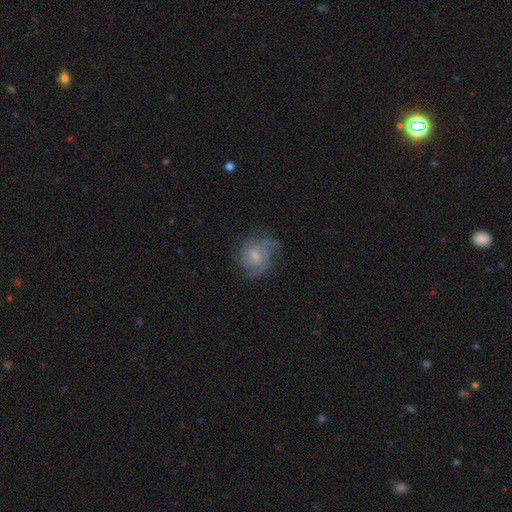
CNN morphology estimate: smooth_or_featured: featured or disk (p=0.74) [alt: smooth p=0.19]
disk_edge_on: no (p=0.98) [alt: yes p=0.02]
bar: no (p=0.59) [alt: weak p=0.37]
has_spiral_arms: yes (p=0.92) [alt: no p=0.08]
spiral_winding: tight (p=0.44) [alt: medium p=0.42]
spiral_arm_count: can't tell (p=0.28) [alt: 3 p=0.27]
bulge_size: small (p=0.48) [alt: moderate p=0.42]
merging: none (p=0.65) [alt: minor disturbance p=0.22]